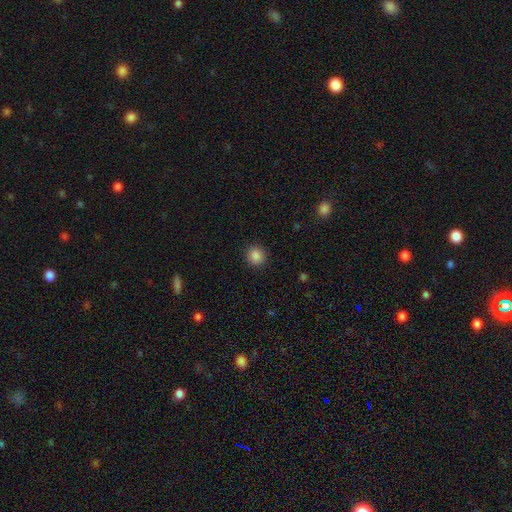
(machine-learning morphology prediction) smooth 86%, star or artifact 10%, featured or disk 4%. Down the decision tree: how rounded — round (86%); merging — none (90%).